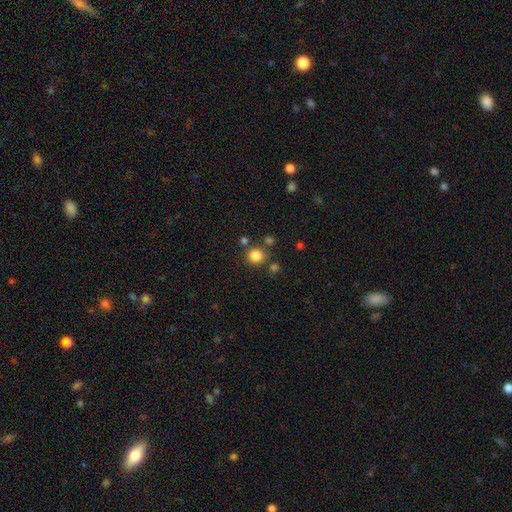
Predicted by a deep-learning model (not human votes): This is clearly a smooth galaxy (83%). How rounded: clearly round (91%). Merging: clearly none (81%).